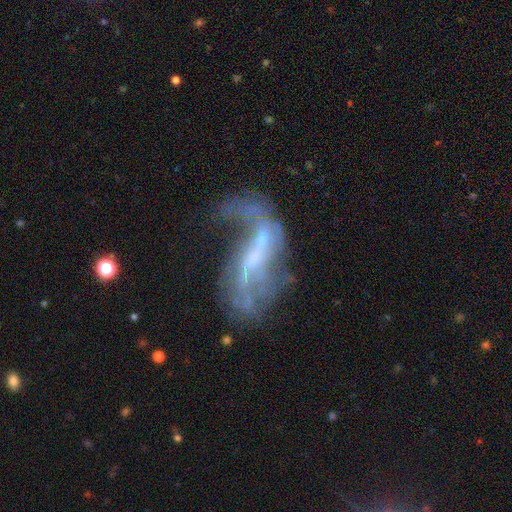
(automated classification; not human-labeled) Overall: featured or disk (76%). Edge-on disk: no (92%). Bar: weak (37%; no 33%). Spiral arms: yes (69%; no 31%). Bulge size: none (43%; small 36%). Merging: major disturbance (40%; none 28%).